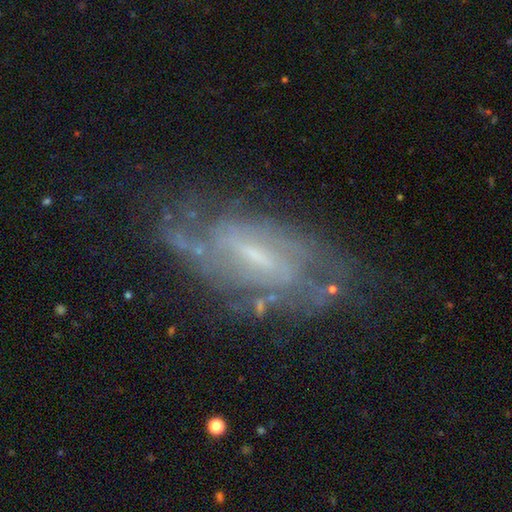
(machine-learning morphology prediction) Q: Smooth or featured?
A: featured or disk (82%); runner-up: smooth (11%)
Q: Edge-on disk?
A: no (90%); runner-up: yes (10%)
Q: Bar?
A: weak (53%); runner-up: strong (26%)
Q: Spiral arms?
A: yes (88%); runner-up: no (12%)
Q: Spiral winding?
A: tight (49%); runner-up: medium (38%)
Q: Spiral arm count?
A: can't tell (47%); runner-up: 2 (30%)
Q: Bulge size?
A: small (56%); runner-up: moderate (31%)
Q: Merging?
A: none (68%); runner-up: minor disturbance (20%)